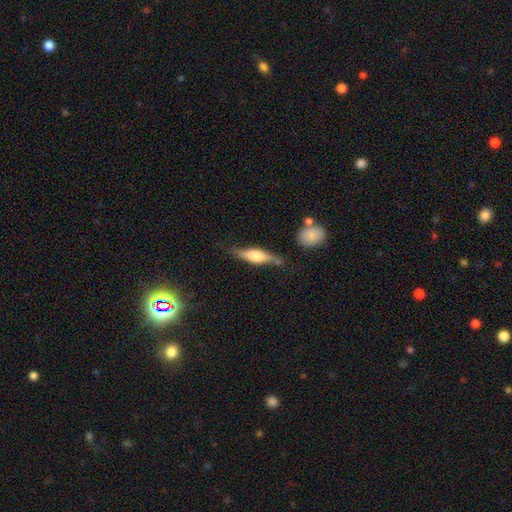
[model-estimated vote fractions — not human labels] Overall: featured or disk (54%; smooth 40%). Edge-on disk: yes (89%). Merging: none (68%).